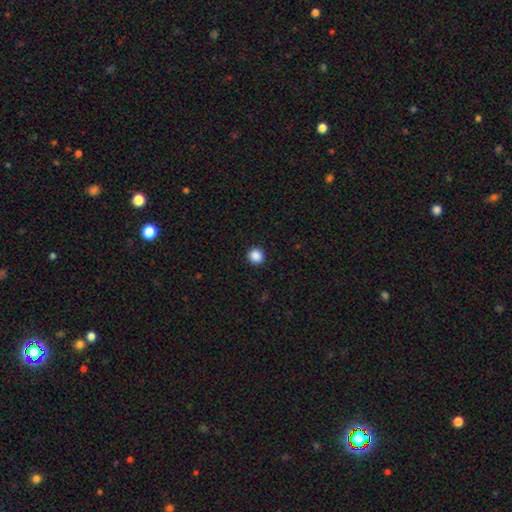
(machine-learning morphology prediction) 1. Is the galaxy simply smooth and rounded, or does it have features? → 88% smooth, 10% star or artifact, 2% featured or disk.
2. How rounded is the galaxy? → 93% round, 7% in between, 1% cigar-shaped.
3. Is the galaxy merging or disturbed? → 93% none, 5% minor disturbance, 2% major disturbance, 1% merger.